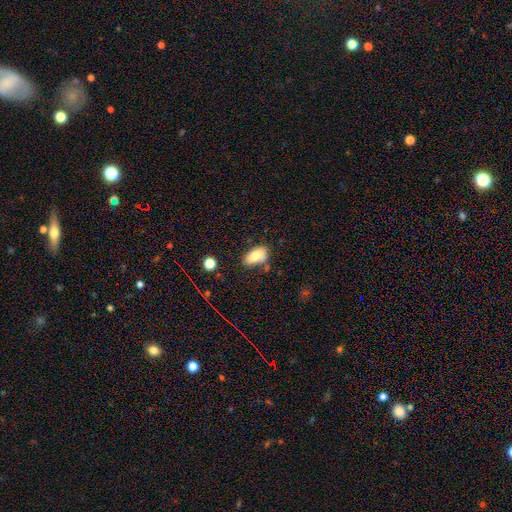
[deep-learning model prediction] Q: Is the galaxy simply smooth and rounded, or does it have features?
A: smooth — 78%.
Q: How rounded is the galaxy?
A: in between — 92%.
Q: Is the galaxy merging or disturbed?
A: none — 67%.